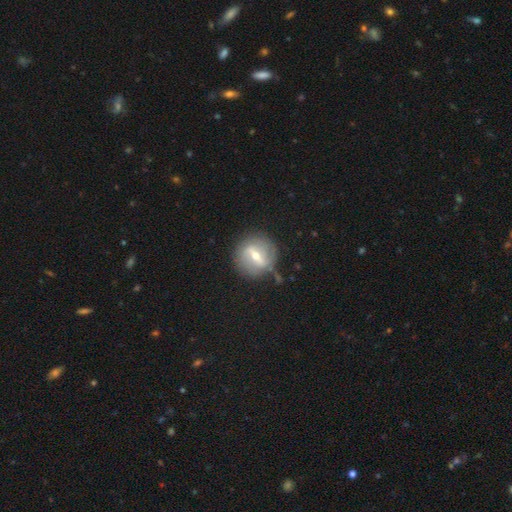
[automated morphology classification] A featured or disk galaxy (66%) with a strong bar (57%), no spiral arms (56%) and a moderate central bulge (55%). Merging: none (78%).